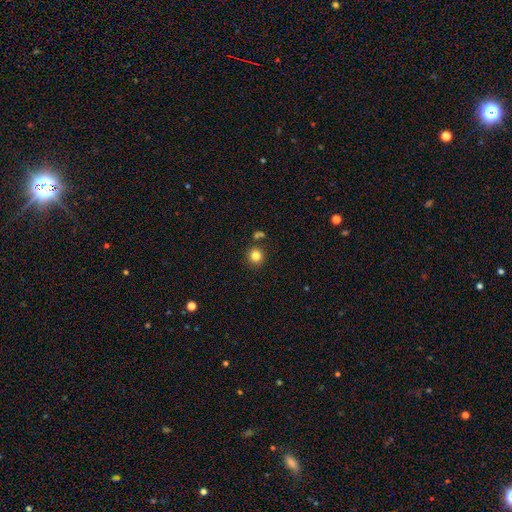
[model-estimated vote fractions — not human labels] Smooth or featured? Predicted: smooth (p=0.83). How rounded? Predicted: round (p=0.91). Merging? Predicted: none (p=0.83).